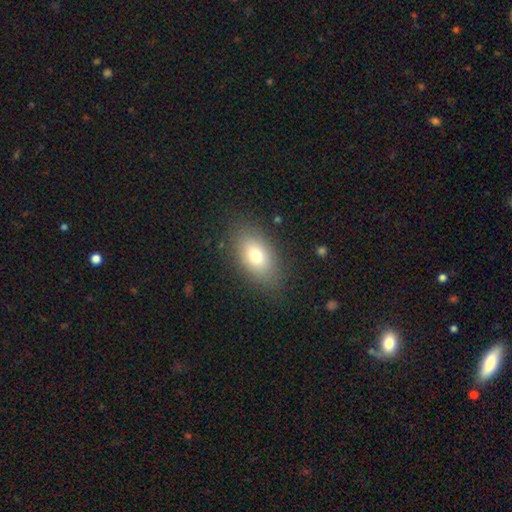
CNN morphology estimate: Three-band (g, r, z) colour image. It shows a smooth galaxy with no disk features (75%) that is in between round and cigar-shaped (88%). Merging: none (83%).